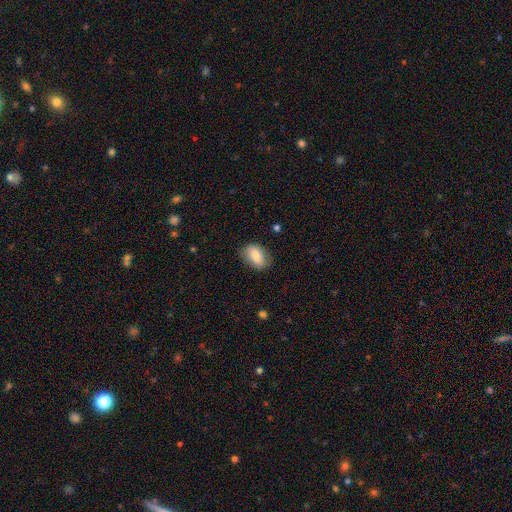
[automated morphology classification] smooth-or-featured: smooth: 76% | featured or disk: 17% | star or artifact: 7%
  how-rounded: in between: 86% | round: 13% | cigar-shaped: 2%
  merging: none: 77% | minor disturbance: 17% | major disturbance: 5% | merger: 1%